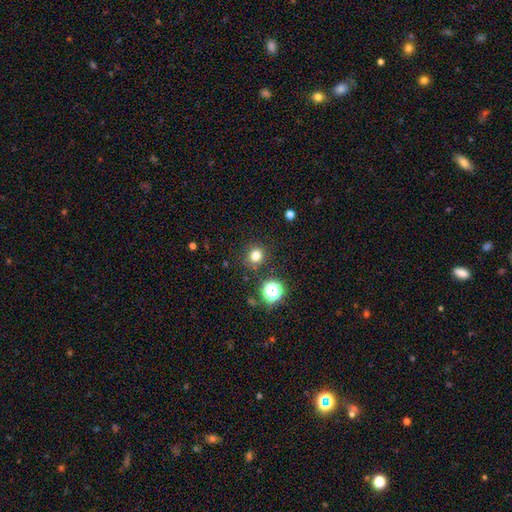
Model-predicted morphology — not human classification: The model was most divided on "smooth or featured": smooth: 76%, star or artifact: 18%, featured or disk: 6%. More confident: how rounded — round (87%); merging — none (87%).